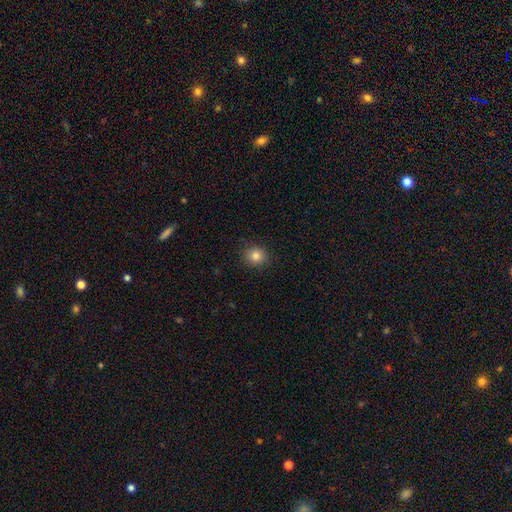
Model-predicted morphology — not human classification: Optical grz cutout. It shows a smooth galaxy with no disk features (84%) that is round (81%). Merging: none (89%).